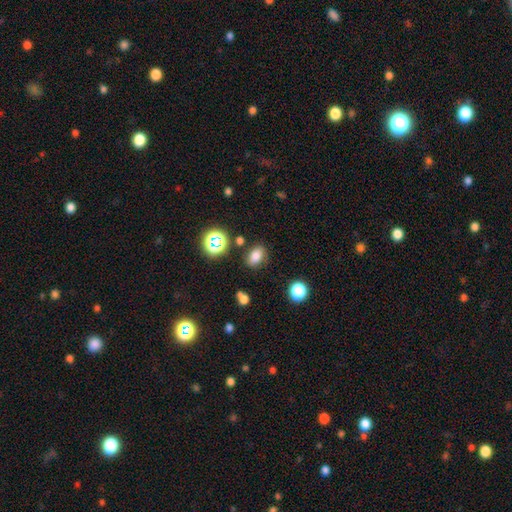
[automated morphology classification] smooth 74%, star or artifact 16%, featured or disk 10%. Down the decision tree: how rounded — in between (78%); merging — none (80%).